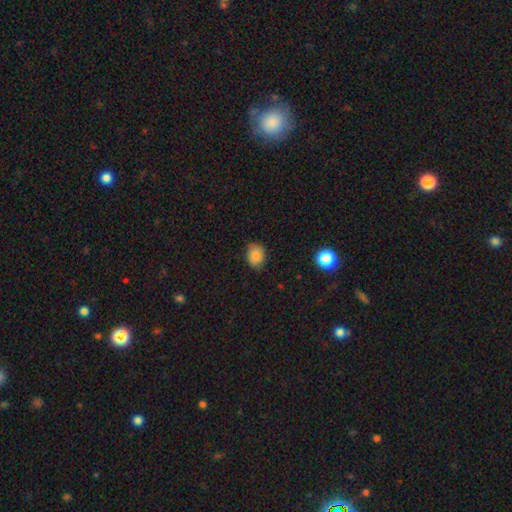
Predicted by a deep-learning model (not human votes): Morphology: type=smooth (83%); roundness=in between (56%); merging=none (75%).